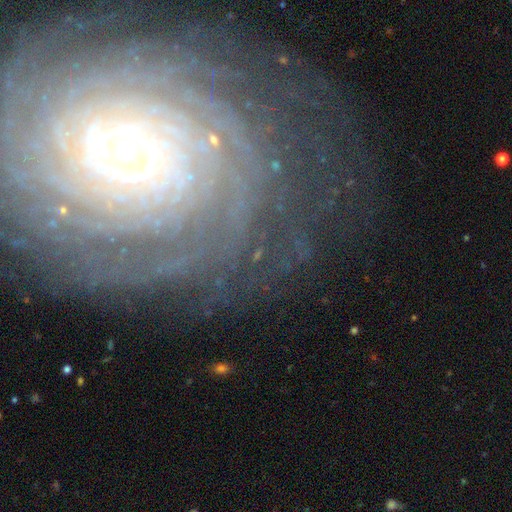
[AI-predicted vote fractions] This appears to be a featured or disk galaxy (87%) with no bar (61%), more than 4 (34%) tight (86%) spiral arms (97%) and a small central bulge (62%). Merging: none (78%).